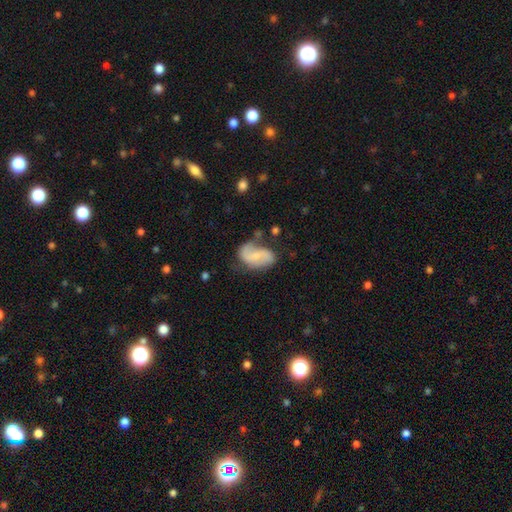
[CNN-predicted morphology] featured or disk 67%, smooth 26%, star or artifact 7%. Down the decision tree: edge-on disk — no (97%); bar — no (46%); spiral arms — yes (90%); spiral arm count — 2 (83%); spiral winding — loose (46%); bulge size — small (56%); merging — none (52%).